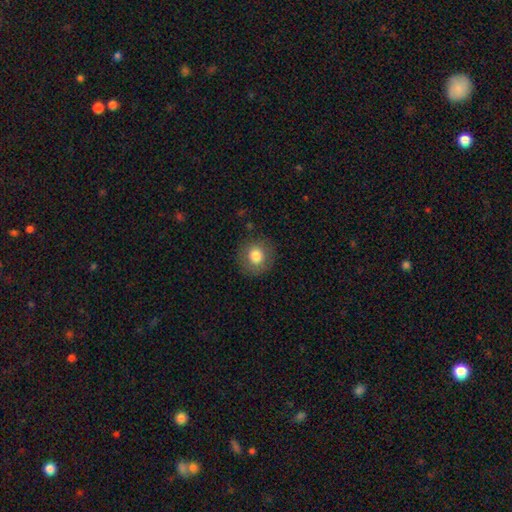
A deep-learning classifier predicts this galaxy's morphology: This appears to be a smooth galaxy with no disk features (80%) that is round (92%). Merging: none (87%).